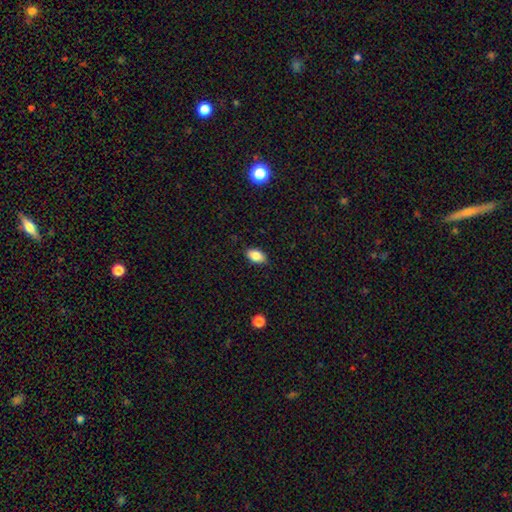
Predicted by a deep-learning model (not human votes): Morphology: type=smooth (85%); roundness=in between (91%); merging=none (86%).